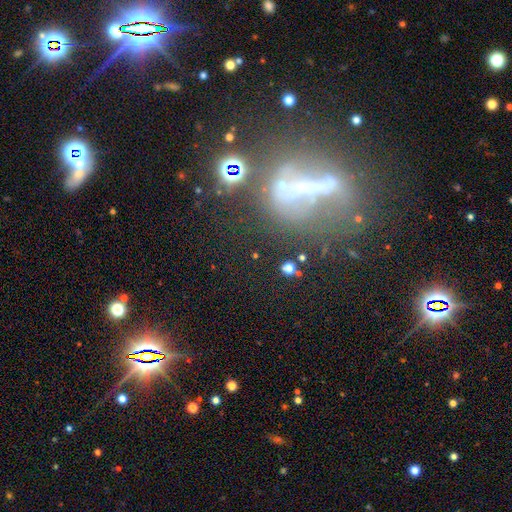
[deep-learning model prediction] This appears to be a star or artifact, not a galaxy (43%).